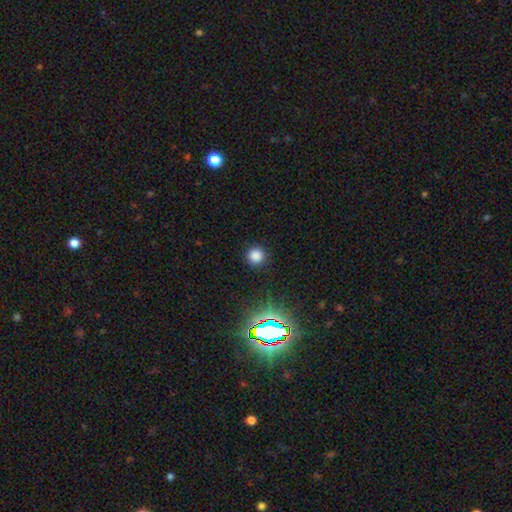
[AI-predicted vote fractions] This appears to be a smooth galaxy with no disk features (78%) that is round (94%). Merging: none (90%).